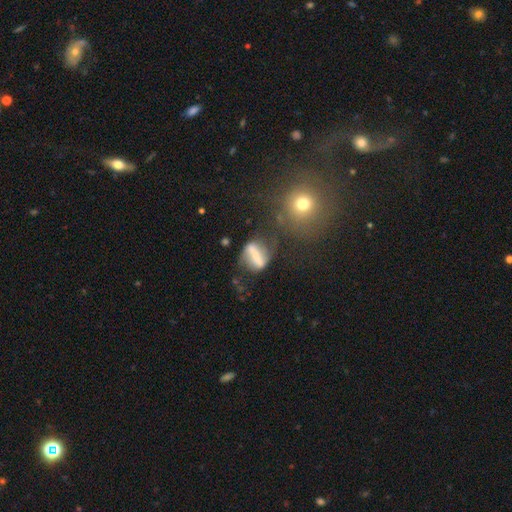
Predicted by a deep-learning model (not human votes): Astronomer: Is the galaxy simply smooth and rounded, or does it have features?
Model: featured or disk — 56% (runner-up: smooth, 34%).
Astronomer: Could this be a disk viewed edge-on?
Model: no — 86%.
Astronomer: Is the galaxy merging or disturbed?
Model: none — 51%.